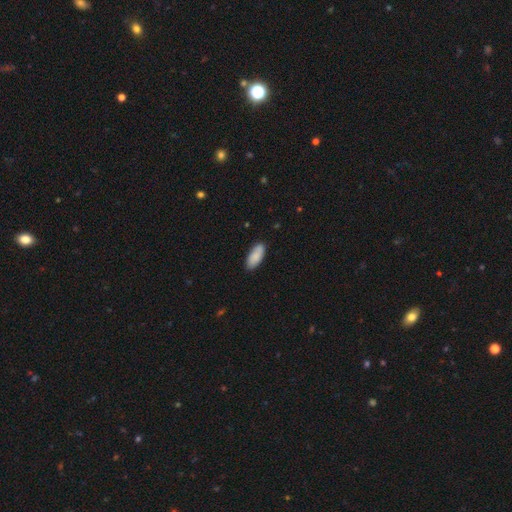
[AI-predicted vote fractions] smooth_or_featured: smooth (p=0.87) [alt: featured or disk p=0.07]
how_rounded: in between (p=0.83) [alt: cigar-shaped p=0.16]
merging: none (p=0.84) [alt: minor disturbance p=0.13]